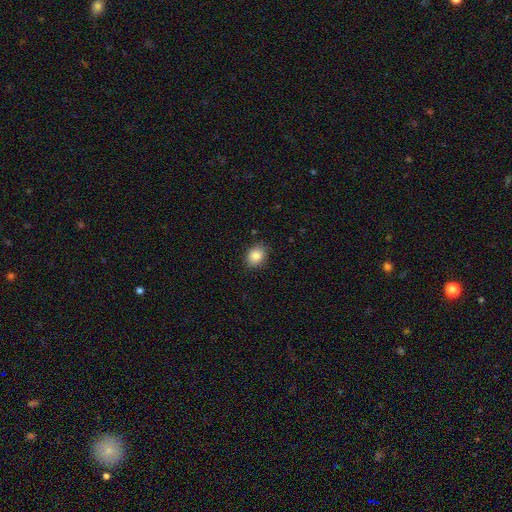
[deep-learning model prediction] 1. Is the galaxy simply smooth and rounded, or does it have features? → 86% smooth, 9% star or artifact, 6% featured or disk.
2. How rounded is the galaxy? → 57% in between, 42% round, 1% cigar-shaped.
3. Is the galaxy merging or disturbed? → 87% none, 10% minor disturbance, 2% major disturbance, 1% merger.